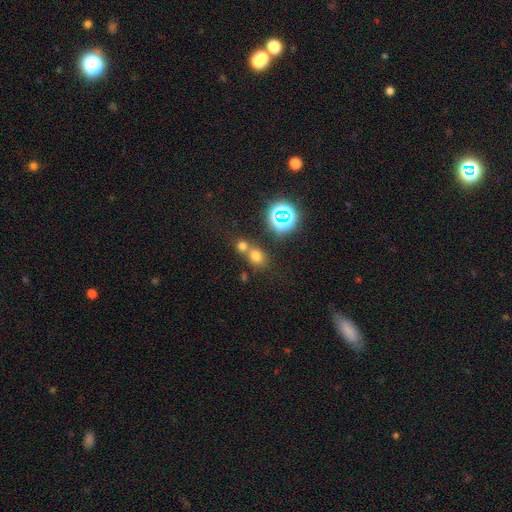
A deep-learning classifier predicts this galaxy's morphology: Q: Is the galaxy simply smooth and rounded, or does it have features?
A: smooth — 64%.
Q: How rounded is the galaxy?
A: round — 63%.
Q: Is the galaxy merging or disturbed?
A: none — 47%.